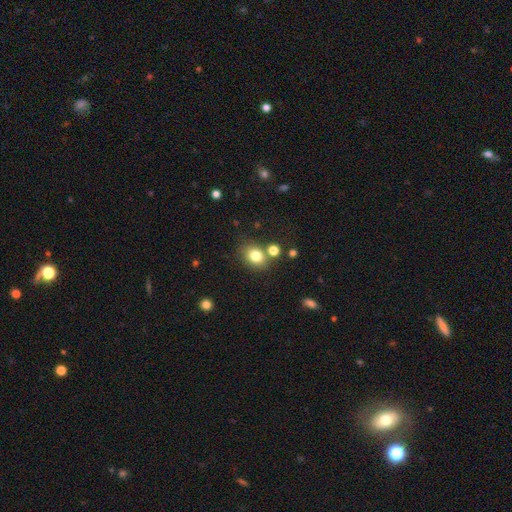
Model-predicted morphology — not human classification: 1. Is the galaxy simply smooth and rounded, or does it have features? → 80% smooth, 12% star or artifact, 9% featured or disk.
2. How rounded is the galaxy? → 50% in between, 49% round, 1% cigar-shaped.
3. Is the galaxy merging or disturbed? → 72% none, 12% minor disturbance, 12% merger, 4% major disturbance.